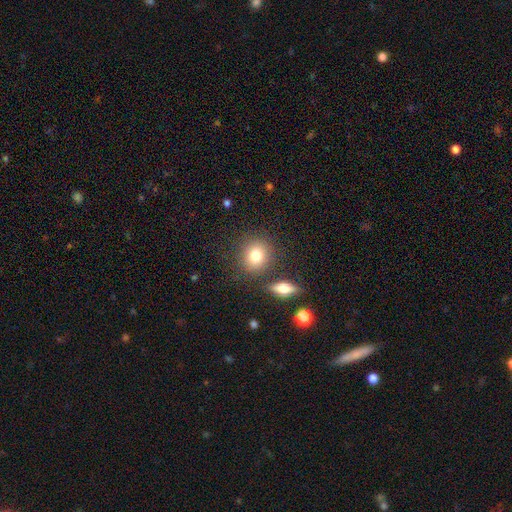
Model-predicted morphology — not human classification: Smooth or featured? Predicted: smooth (p=0.78). How rounded? Predicted: round (p=0.78). Merging? Predicted: none (p=0.79).